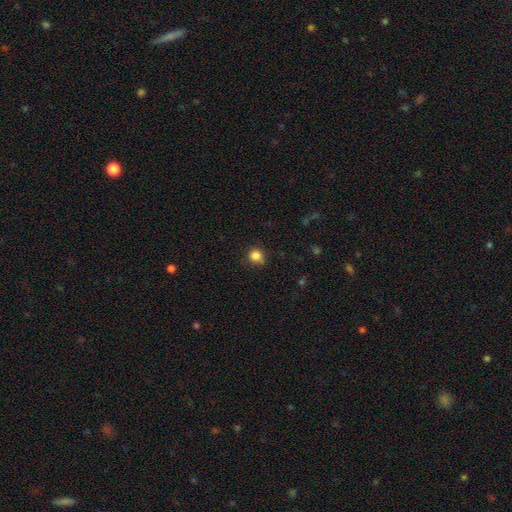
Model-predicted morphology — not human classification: Smooth or featured? Predicted: smooth (p=0.84). How rounded? Predicted: round (p=0.86). Merging? Predicted: none (p=0.71).